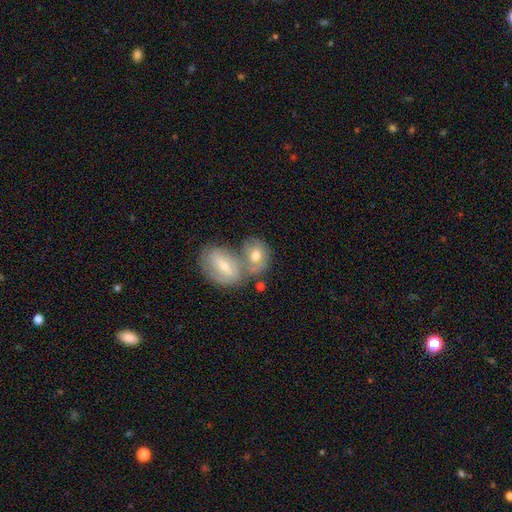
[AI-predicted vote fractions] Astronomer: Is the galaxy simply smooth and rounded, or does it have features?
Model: smooth — 56% (runner-up: featured or disk, 38%).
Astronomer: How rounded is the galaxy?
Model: in between — 62%.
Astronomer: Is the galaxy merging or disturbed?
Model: merger — 57%.